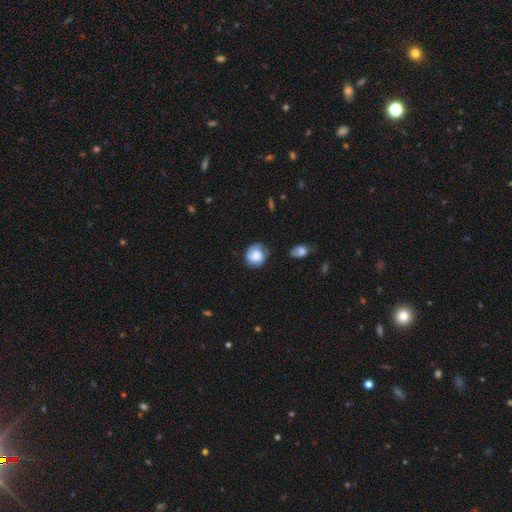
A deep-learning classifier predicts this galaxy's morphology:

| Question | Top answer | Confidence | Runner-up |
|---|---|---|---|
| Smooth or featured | smooth | 67% | featured or disk (26%) |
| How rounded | round | 79% | in between (20%) |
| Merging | none | 62% | minor disturbance (27%) |